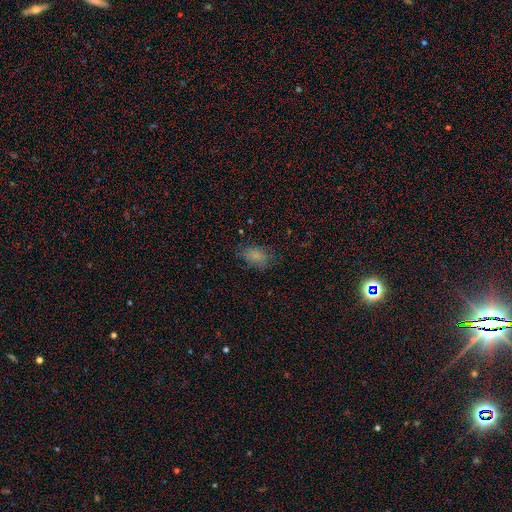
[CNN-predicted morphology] smooth-or-featured: smooth: 75% | star or artifact: 13% | featured or disk: 12%
  how-rounded: in between: 83% | round: 15% | cigar-shaped: 2%
  merging: none: 68% | minor disturbance: 22% | major disturbance: 9% | merger: 1%